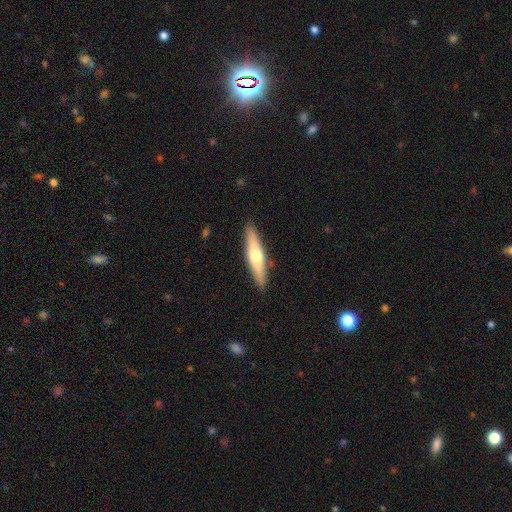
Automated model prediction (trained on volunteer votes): A smooth galaxy with no disk features (49%). Merging: none (89%).